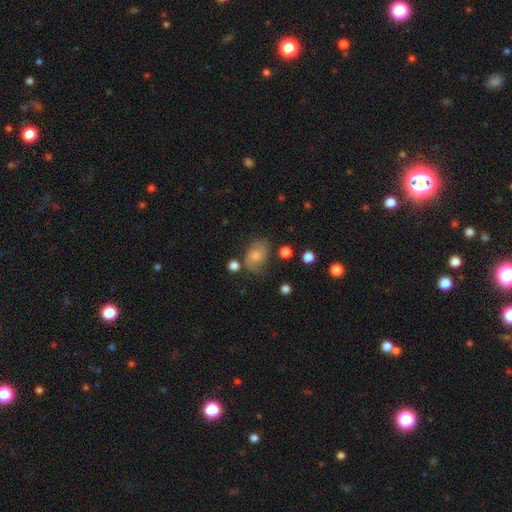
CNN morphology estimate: smooth-or-featured: smooth: 59% | featured or disk: 31% | star or artifact: 10%
  how-rounded: in between: 77% | round: 22% | cigar-shaped: 1%
  merging: none: 62% | minor disturbance: 23% | major disturbance: 9% | merger: 5%